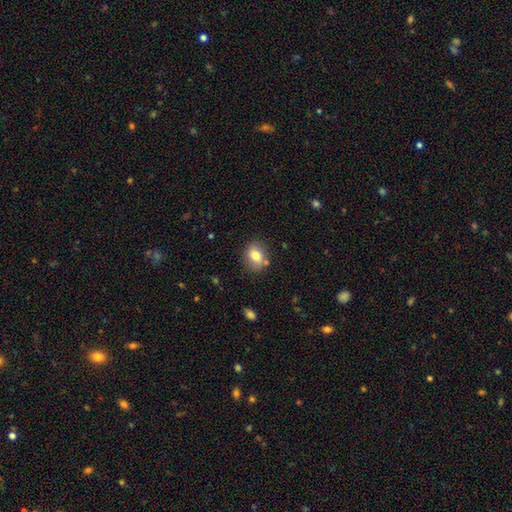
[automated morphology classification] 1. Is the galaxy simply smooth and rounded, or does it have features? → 78% smooth, 13% featured or disk, 9% star or artifact.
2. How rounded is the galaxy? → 51% round, 48% in between, 1% cigar-shaped.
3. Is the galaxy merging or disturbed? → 80% none, 13% minor disturbance, 5% merger, 3% major disturbance.